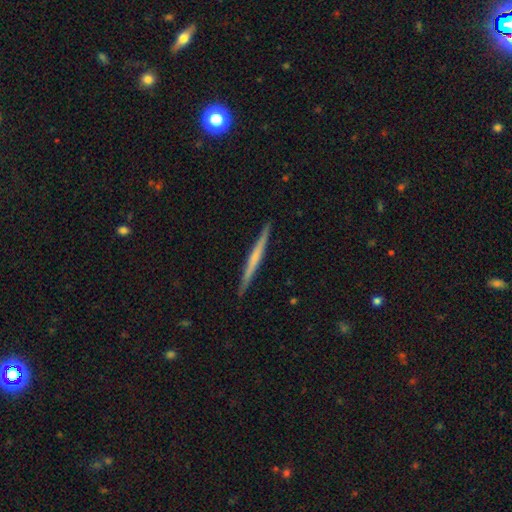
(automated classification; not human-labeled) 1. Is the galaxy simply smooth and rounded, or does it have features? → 55% featured or disk, 40% smooth, 5% star or artifact.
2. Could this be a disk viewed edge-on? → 98% yes, 2% no.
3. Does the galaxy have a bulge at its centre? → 74% none, 18% rounded, 8% boxy.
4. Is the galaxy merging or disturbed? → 92% none, 6% minor disturbance, 1% major disturbance, 1% merger.